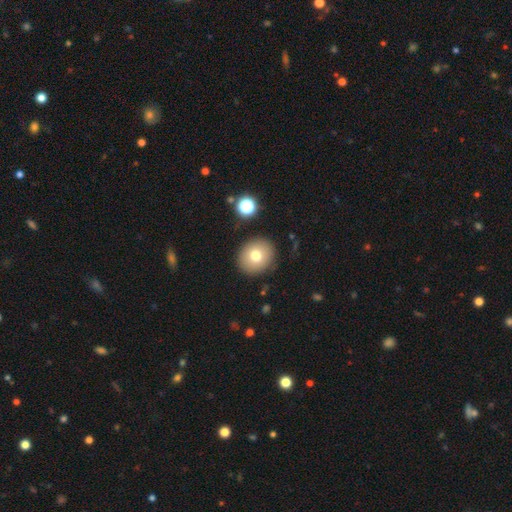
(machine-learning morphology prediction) A smooth galaxy with no disk features (75%) that is round (81%). Merging: none (87%).